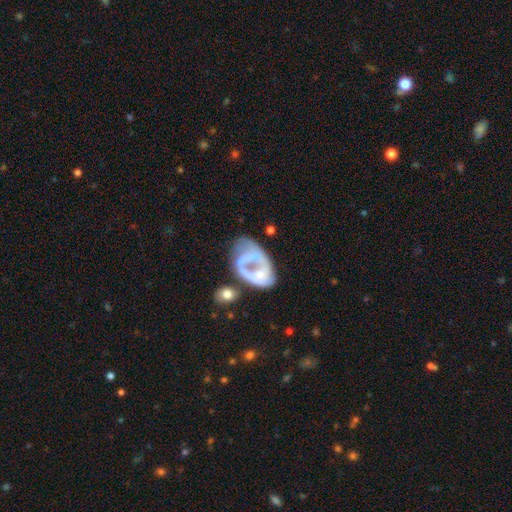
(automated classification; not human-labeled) Morphology: type=featured or disk (62%); edge-on=no (97%); bar=no (71%); spiral arms=no (75%); bulge=none (50%); merging=major disturbance (40%).